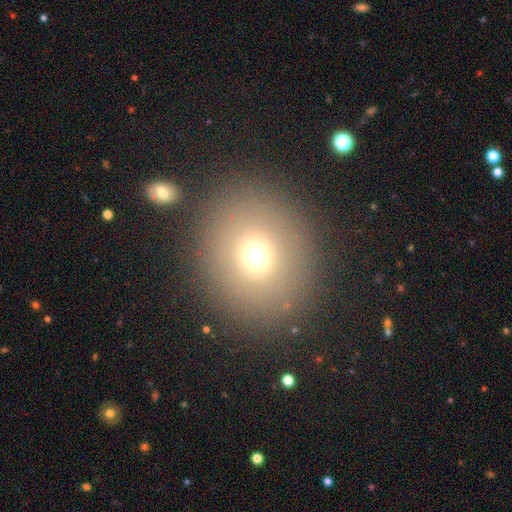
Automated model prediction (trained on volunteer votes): A smooth galaxy with no disk features (70%) that is round (77%).

Vote fractions:
- Smooth or featured? smooth: 70% / star or artifact: 17% / featured or disk: 13%
- How rounded? round: 77% / in between: 22% / cigar-shaped: 1%
- Merging? none: 84% / minor disturbance: 7% / merger: 4% / major disturbance: 4%